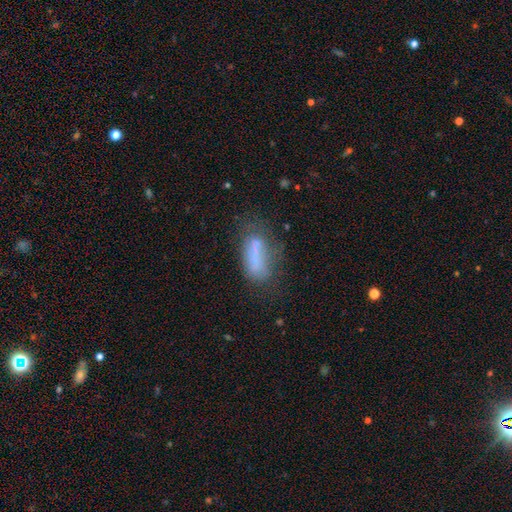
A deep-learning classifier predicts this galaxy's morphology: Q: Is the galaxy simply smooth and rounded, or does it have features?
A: smooth — 64%.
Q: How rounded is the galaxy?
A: in between — 68%.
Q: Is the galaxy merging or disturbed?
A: none — 43%.